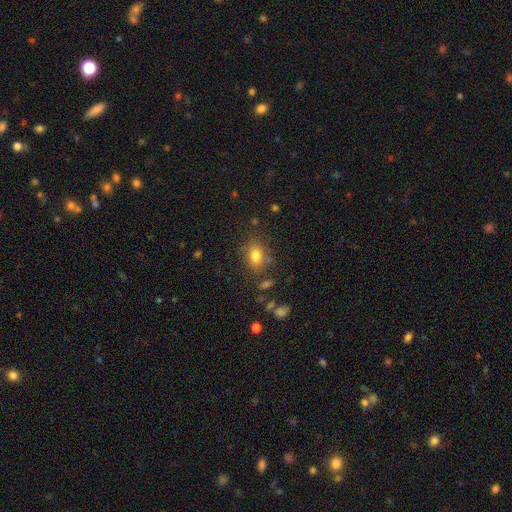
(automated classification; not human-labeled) A smooth galaxy with no disk features (79%) that is in between round and cigar-shaped (66%). Merging: none (74%).